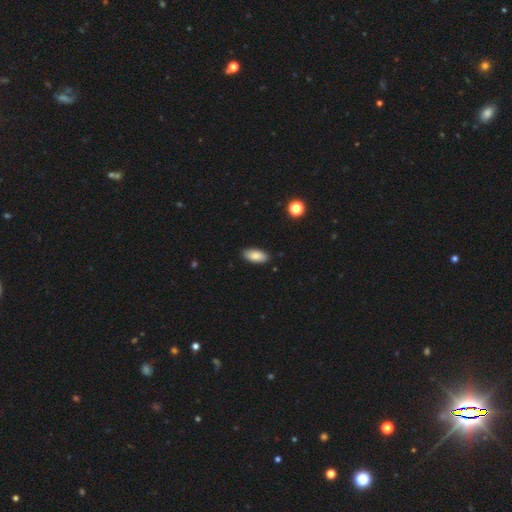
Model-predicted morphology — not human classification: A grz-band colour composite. It shows a smooth galaxy with no disk features (86%) that is in between round and cigar-shaped (90%). Merging: none (88%).